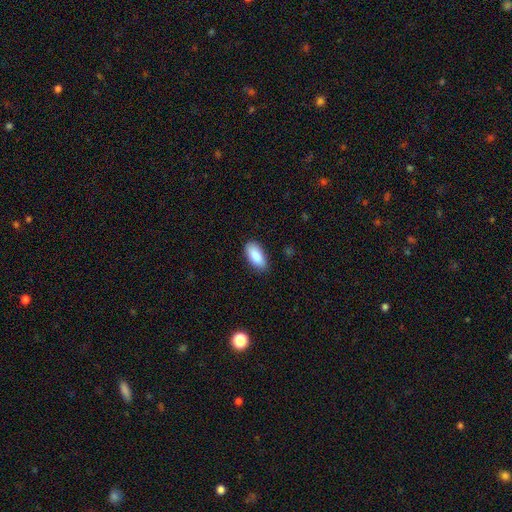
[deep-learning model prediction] Overall: smooth (88%). How rounded: in between (90%). Merging: none (84%).